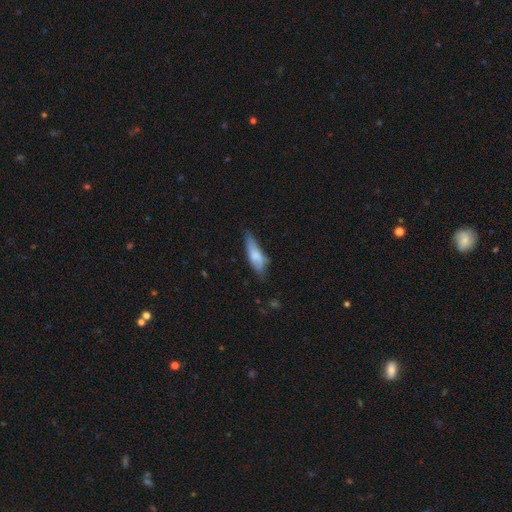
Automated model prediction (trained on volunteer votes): Overall: smooth (69%). How rounded: in between (50%; cigar-shaped 48%). Merging: none (53%; minor disturbance 34%).